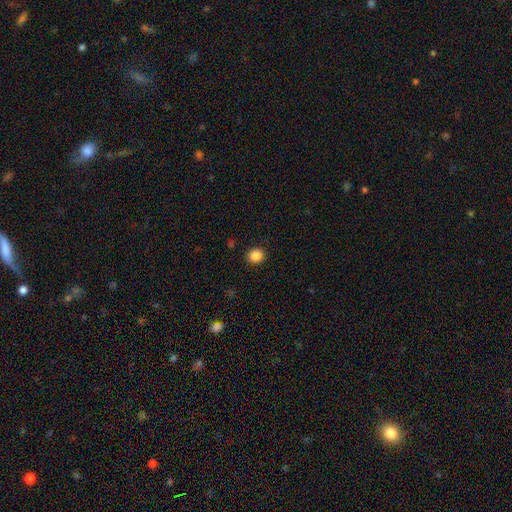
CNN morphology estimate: smooth 87%, star or artifact 10%, featured or disk 3%. Down the decision tree: how rounded — round (78%); merging — none (91%).